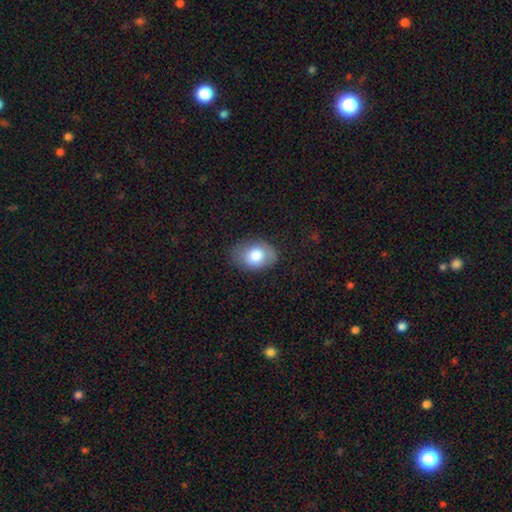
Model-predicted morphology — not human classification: type=smooth (78%); roundness=in between (76%); merging=none (73%).